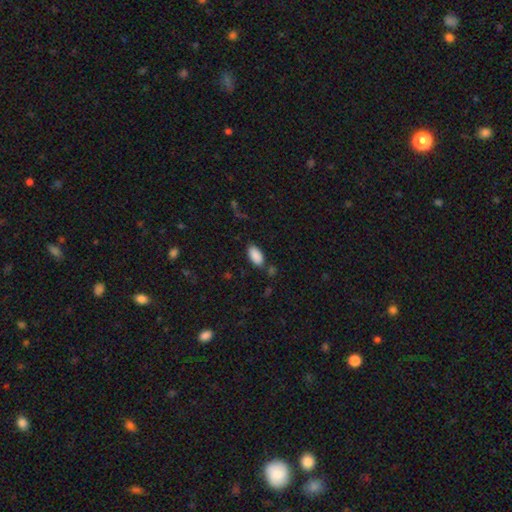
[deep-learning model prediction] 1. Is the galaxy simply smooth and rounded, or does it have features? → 89% smooth, 7% star or artifact, 4% featured or disk.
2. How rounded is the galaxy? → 93% in between, 4% cigar-shaped, 2% round.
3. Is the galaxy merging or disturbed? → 81% none, 11% minor disturbance, 4% merger, 3% major disturbance.